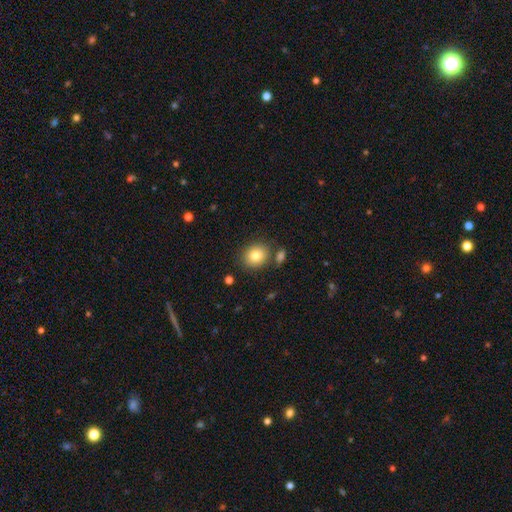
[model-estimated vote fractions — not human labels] The model was most divided on "how rounded": round: 71%, in between: 28%, cigar-shaped: 1%. More confident: smooth or featured — smooth (81%); merging — none (78%).